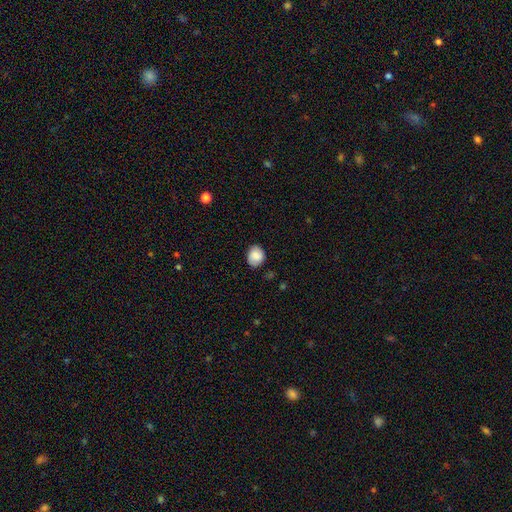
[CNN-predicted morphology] Smooth or featured? Predicted: smooth (p=0.81). How rounded? Predicted: round (p=0.59). Merging? Predicted: none (p=0.75).